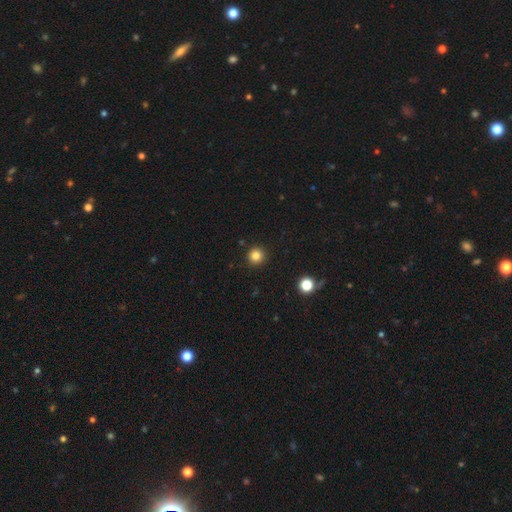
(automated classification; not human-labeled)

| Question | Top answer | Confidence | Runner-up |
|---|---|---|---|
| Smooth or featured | smooth | 84% | star or artifact (12%) |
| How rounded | round | 95% | in between (4%) |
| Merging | none | 92% | minor disturbance (5%) |